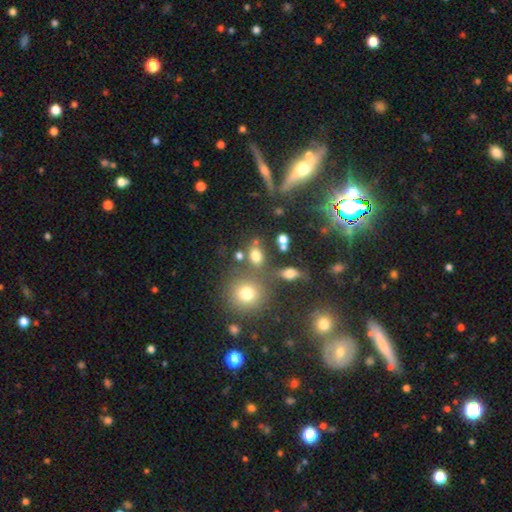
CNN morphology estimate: Smooth or featured? smooth (70%)
How rounded? in between (60%)
Merging? none (59%)